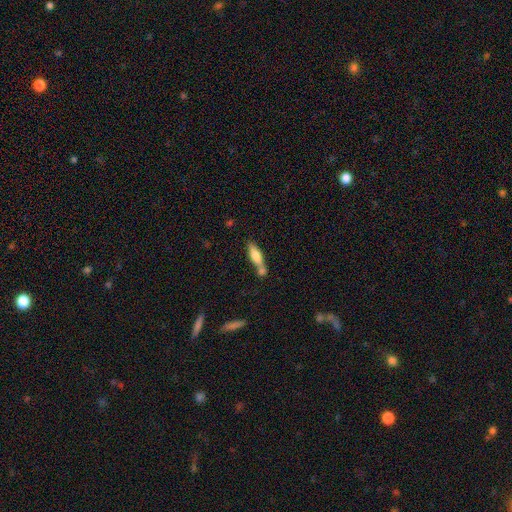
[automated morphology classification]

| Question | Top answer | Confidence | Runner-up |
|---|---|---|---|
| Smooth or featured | smooth | 66% | featured or disk (27%) |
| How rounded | cigar-shaped | 53% | in between (44%) |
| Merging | none | 46% | merger (36%) |